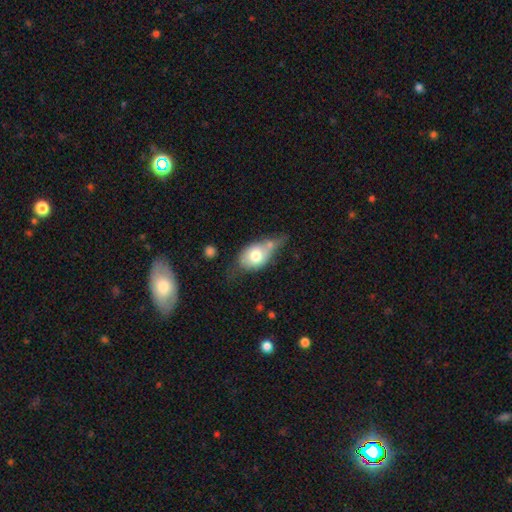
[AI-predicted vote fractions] smooth 66%, featured or disk 27%, star or artifact 7%. Down the decision tree: how rounded — in between (75%); merging — none (32%).